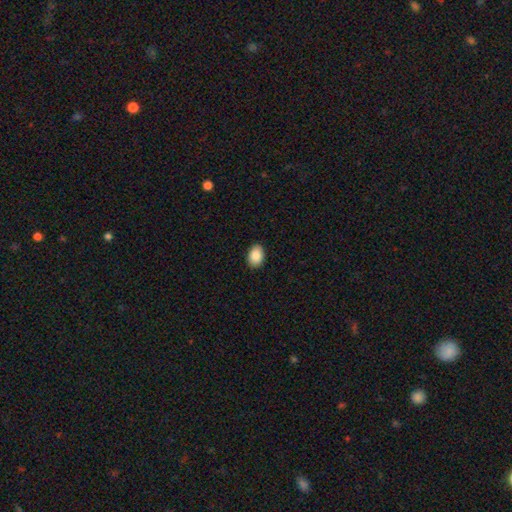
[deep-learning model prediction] Overall: smooth (88%). How rounded: in between (82%). Merging: none (90%).